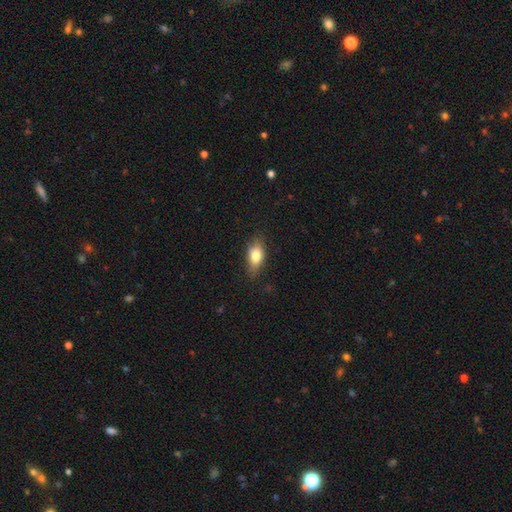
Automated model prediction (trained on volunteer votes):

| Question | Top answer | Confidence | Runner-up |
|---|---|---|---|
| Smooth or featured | smooth | 77% | featured or disk (15%) |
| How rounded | in between | 82% | cigar-shaped (11%) |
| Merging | none | 77% | minor disturbance (18%) |